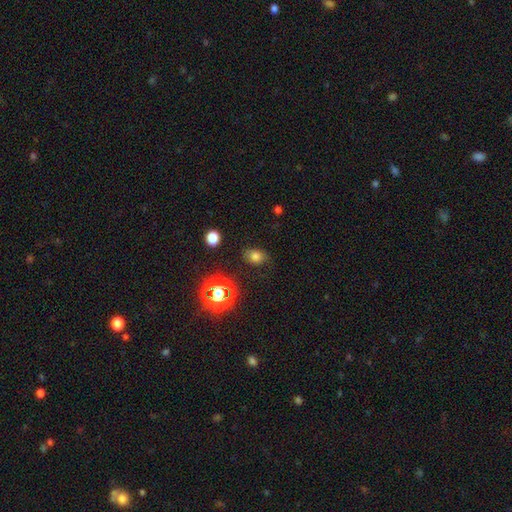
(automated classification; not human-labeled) A smooth galaxy with no disk features (72%) that is in between round and cigar-shaped (65%).

Vote fractions:
- Smooth or featured? smooth: 72% / star or artifact: 20% / featured or disk: 8%
- How rounded? in between: 65% / round: 34% / cigar-shaped: 1%
- Merging? none: 79% / minor disturbance: 15% / major disturbance: 4% / merger: 2%